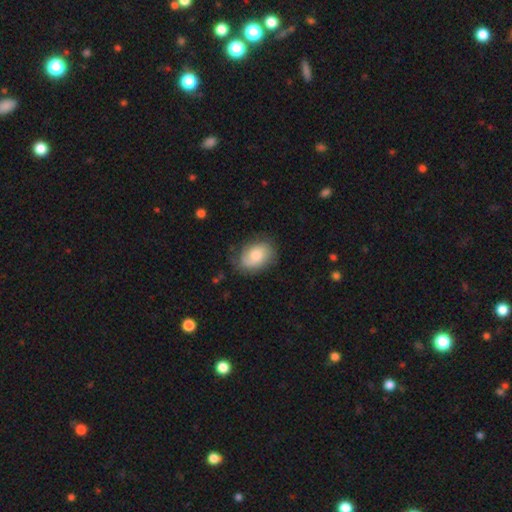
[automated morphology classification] A smooth galaxy with no disk features (57%) that is in between round and cigar-shaped (74%). Merging: none (68%).